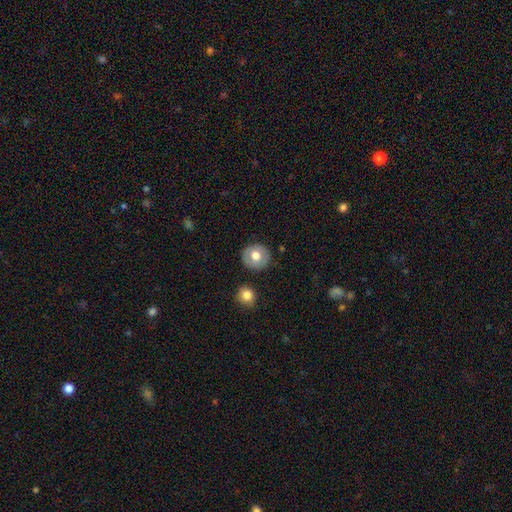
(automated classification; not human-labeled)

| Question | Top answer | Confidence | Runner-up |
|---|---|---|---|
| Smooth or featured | smooth | 65% | featured or disk (28%) |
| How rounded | round | 87% | in between (12%) |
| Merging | none | 86% | minor disturbance (9%) |